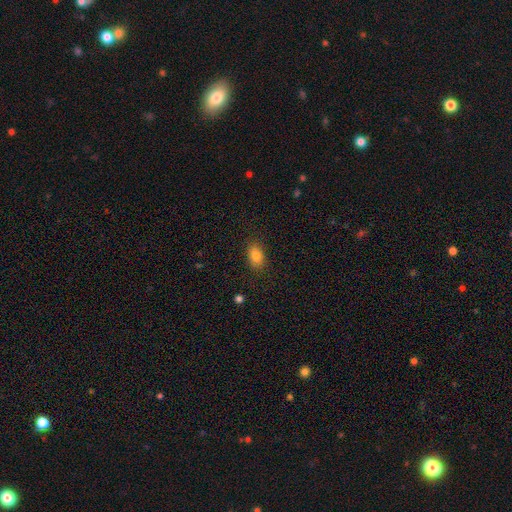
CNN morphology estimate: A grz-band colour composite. It shows a smooth galaxy with no disk features (84%) that is in between round and cigar-shaped (83%). Merging: none (85%).